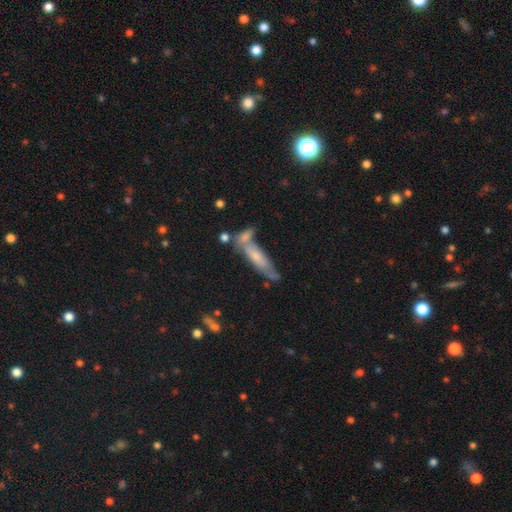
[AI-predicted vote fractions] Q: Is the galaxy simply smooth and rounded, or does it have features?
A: smooth — 50%.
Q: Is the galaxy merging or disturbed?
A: none — 46%.